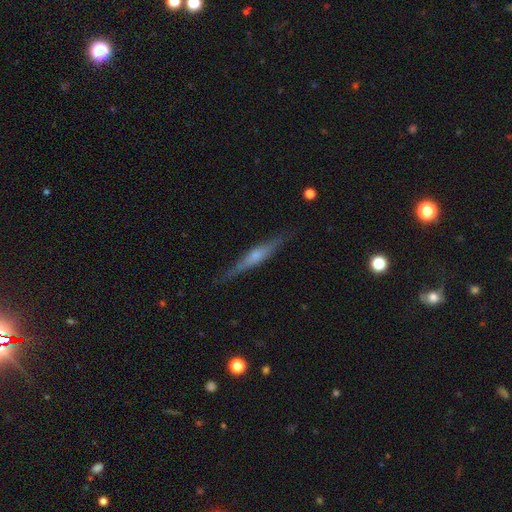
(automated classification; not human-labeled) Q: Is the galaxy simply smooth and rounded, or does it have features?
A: featured or disk — 66%.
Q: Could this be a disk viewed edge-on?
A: yes — 96%.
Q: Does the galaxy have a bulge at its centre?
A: rounded — 66%.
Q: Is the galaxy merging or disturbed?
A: none — 85%.